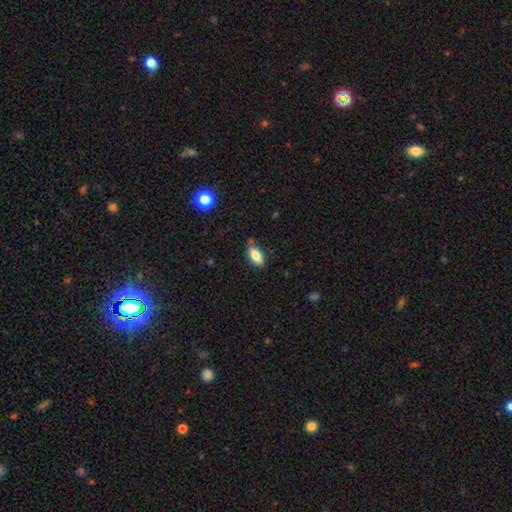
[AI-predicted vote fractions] Smooth or featured?
  - smooth: 79% *
  - featured or disk: 13%
  - star or artifact: 8%
How rounded?
  - in between: 89% *
  - cigar-shaped: 7%
  - round: 4%
Merging?
  - none: 78% *
  - minor disturbance: 15%
  - merger: 5%
  - major disturbance: 3%